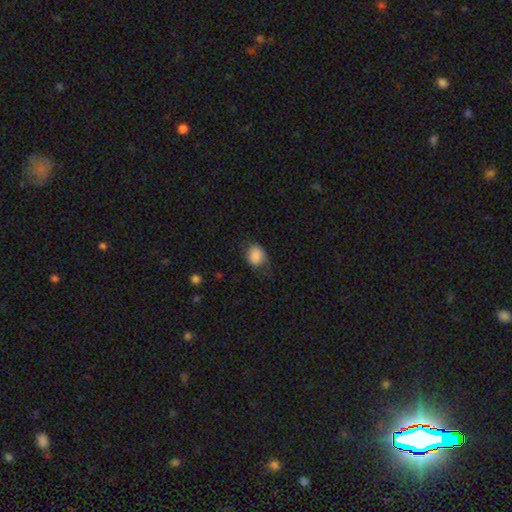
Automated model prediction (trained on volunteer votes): This appears to be a smooth galaxy with no disk features (83%) that is round (60%). Merging: none (59%).